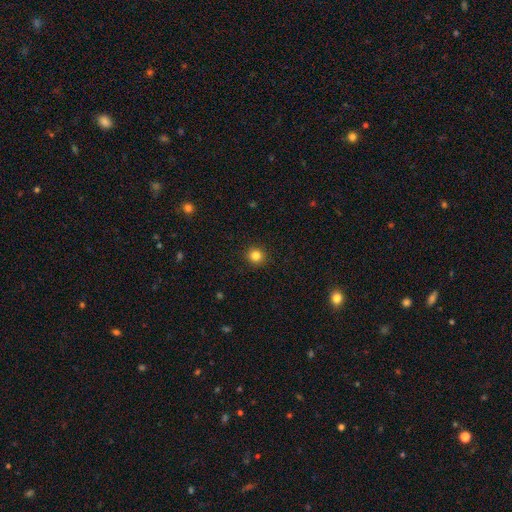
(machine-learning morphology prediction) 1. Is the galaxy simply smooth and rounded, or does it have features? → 83% smooth, 12% star or artifact, 5% featured or disk.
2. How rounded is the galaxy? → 93% round, 6% in between, 1% cigar-shaped.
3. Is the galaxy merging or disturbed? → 93% none, 5% minor disturbance, 2% major disturbance, 1% merger.